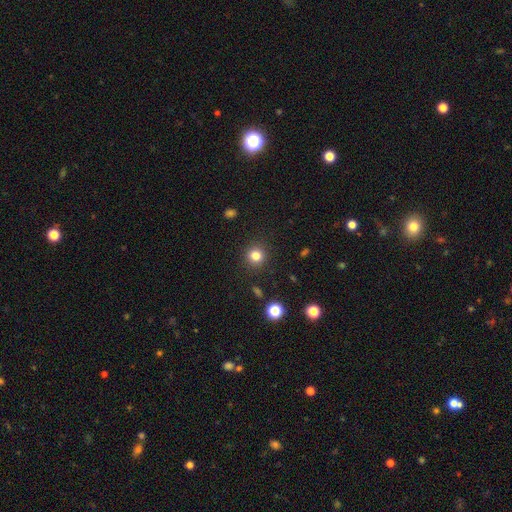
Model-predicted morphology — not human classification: smooth-or-featured: smooth: 81% | star or artifact: 13% | featured or disk: 6%
  how-rounded: round: 92% | in between: 7% | cigar-shaped: 1%
  merging: none: 90% | minor disturbance: 6% | major disturbance: 2% | merger: 1%